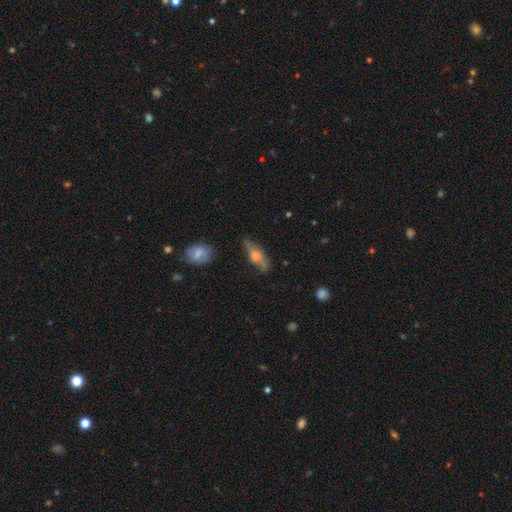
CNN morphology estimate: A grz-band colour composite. It shows a featured or disk galaxy (56%) viewed edge-on (75%). Merging: none (75%).